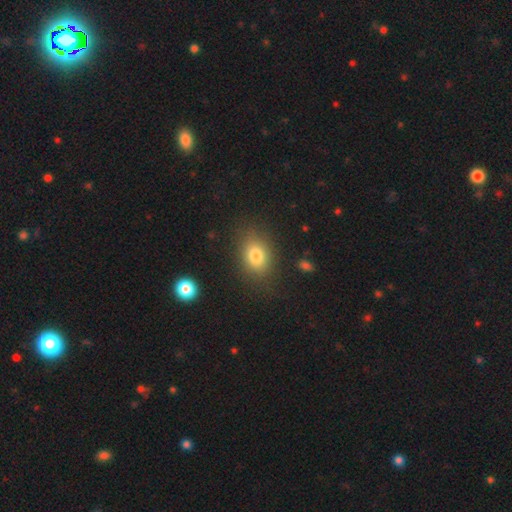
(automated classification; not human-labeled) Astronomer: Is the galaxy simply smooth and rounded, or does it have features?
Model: smooth — 80%.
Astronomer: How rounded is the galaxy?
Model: in between — 69%.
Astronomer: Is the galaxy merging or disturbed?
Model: none — 80%.